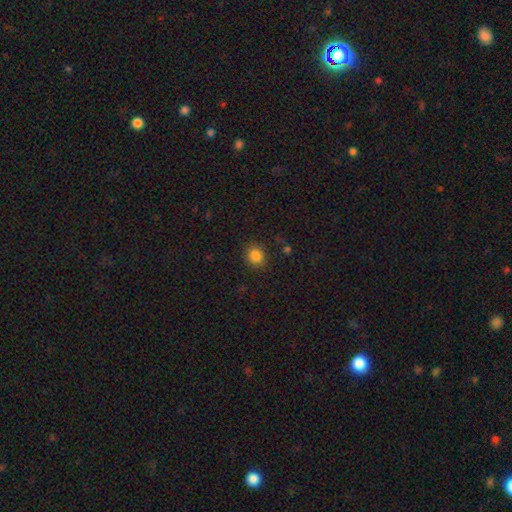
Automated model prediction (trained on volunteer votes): smooth-or-featured: smooth: 84% | star or artifact: 12% | featured or disk: 4%
  how-rounded: round: 88% | in between: 11% | cigar-shaped: 1%
  merging: none: 87% | minor disturbance: 9% | major disturbance: 3% | merger: 2%